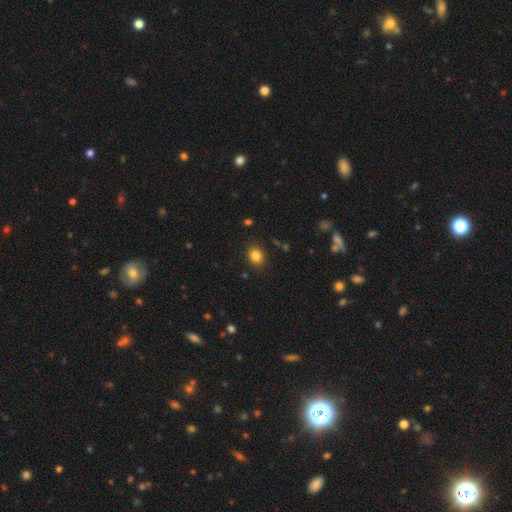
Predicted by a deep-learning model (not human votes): This appears to be a smooth galaxy with no disk features (84%) that is round (54%). Merging: none (87%).